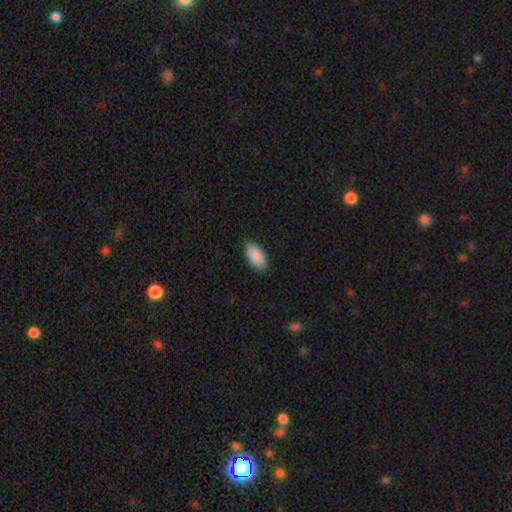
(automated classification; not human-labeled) smooth-or-featured: smooth: 90% | star or artifact: 6% | featured or disk: 4%
  how-rounded: in between: 95% | cigar-shaped: 3% | round: 2%
  merging: none: 84% | minor disturbance: 13% | major disturbance: 2% | merger: 1%